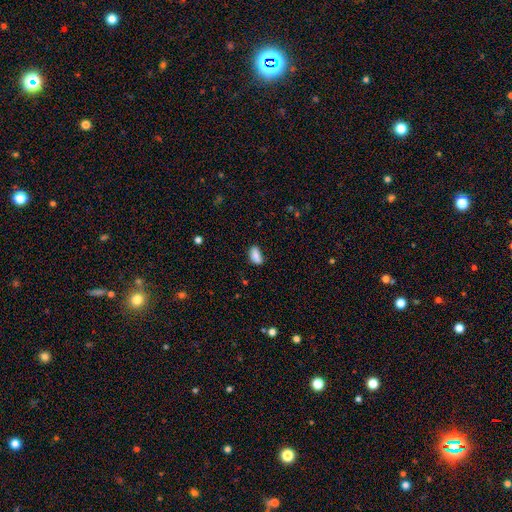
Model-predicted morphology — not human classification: Smooth or featured? smooth (86%)
How rounded? in between (92%)
Merging? none (68%)